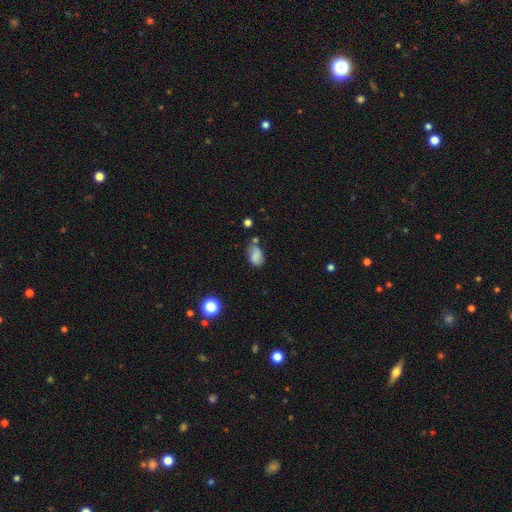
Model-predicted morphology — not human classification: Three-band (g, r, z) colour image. It shows a smooth galaxy with no disk features (75%) that is in between round and cigar-shaped (84%). Merging: none (49%).